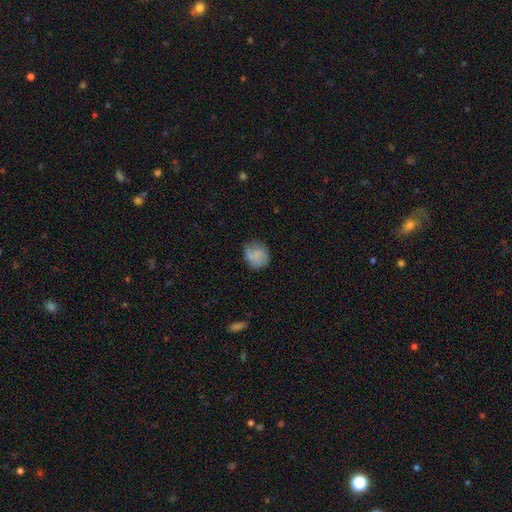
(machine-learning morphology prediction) Overall: smooth (65%; featured or disk 26%). How rounded: round (77%). Merging: none (68%).